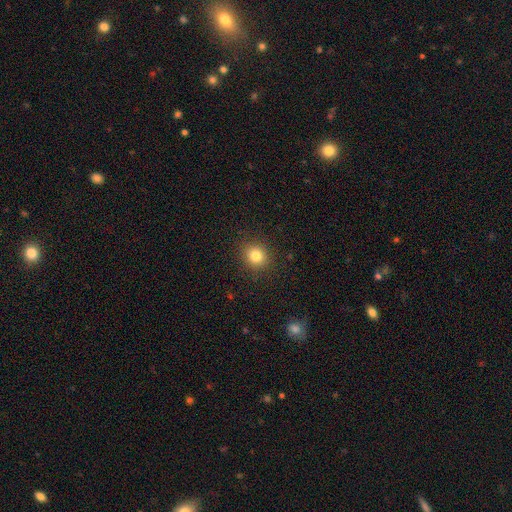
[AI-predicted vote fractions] Smooth or featured? Predicted: smooth (p=0.82). How rounded? Predicted: round (p=0.81). Merging? Predicted: none (p=0.90).